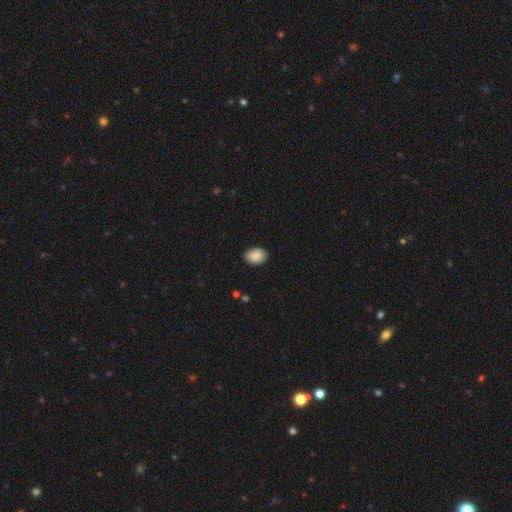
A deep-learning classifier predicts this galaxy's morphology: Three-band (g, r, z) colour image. It shows a smooth galaxy with no disk features (88%) that is in between round and cigar-shaped (75%). Merging: none (81%).